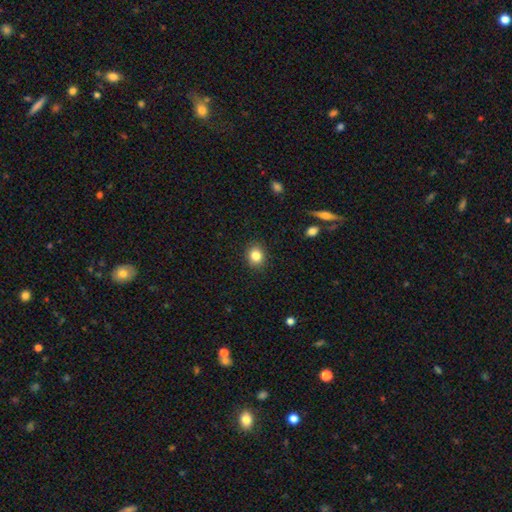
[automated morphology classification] A smooth galaxy with no disk features (85%) that is round (71%). Merging: none (90%).